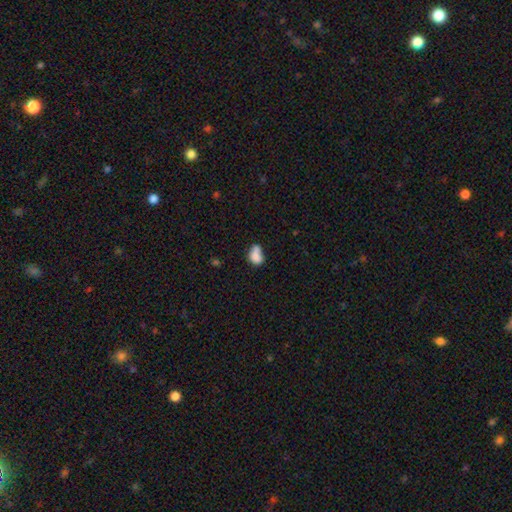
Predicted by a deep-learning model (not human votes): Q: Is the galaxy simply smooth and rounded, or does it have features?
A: smooth — 76%.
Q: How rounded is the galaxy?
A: in between — 74%.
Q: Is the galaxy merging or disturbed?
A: merger — 32%.